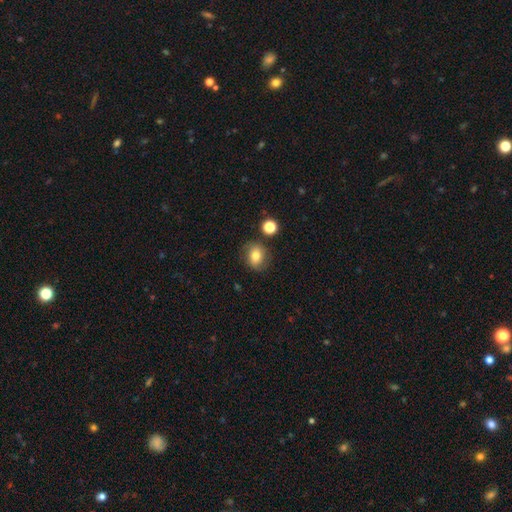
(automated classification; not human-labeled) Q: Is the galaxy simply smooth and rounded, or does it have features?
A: smooth — 75%.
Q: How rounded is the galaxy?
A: round — 59%.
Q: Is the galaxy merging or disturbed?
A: none — 78%.